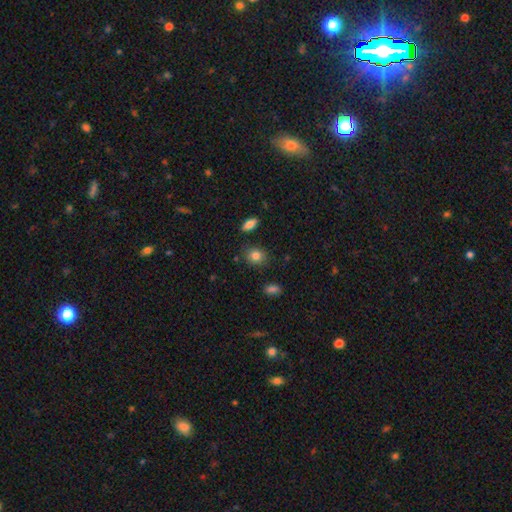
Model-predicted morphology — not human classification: Overall: smooth (83%). How rounded: round (53%; in between 46%). Merging: none (83%).